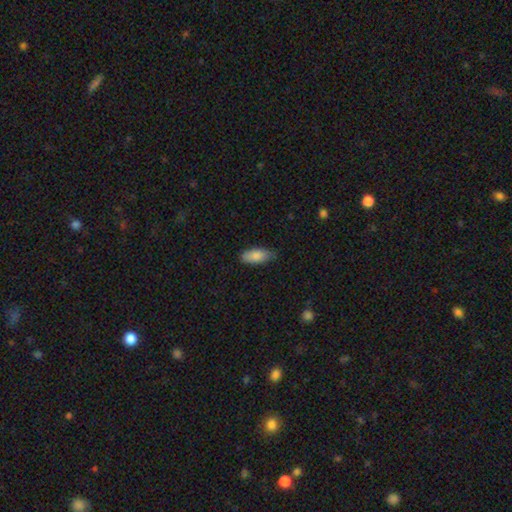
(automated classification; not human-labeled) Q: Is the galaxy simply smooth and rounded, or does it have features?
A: smooth — 85%.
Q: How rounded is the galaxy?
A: in between — 84%.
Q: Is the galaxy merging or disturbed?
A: none — 75%.